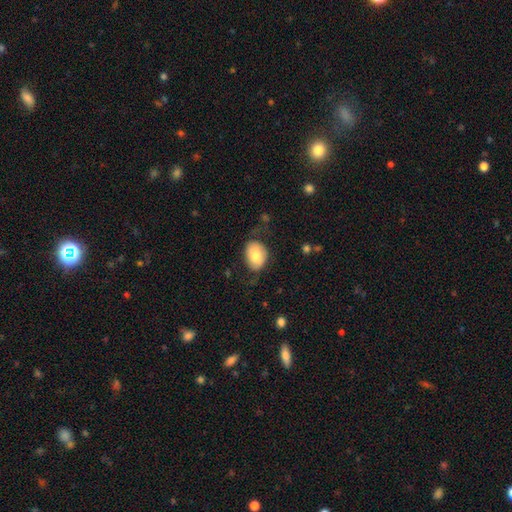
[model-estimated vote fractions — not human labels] Smooth or featured? smooth (74%)
How rounded? in between (71%)
Merging? none (60%)